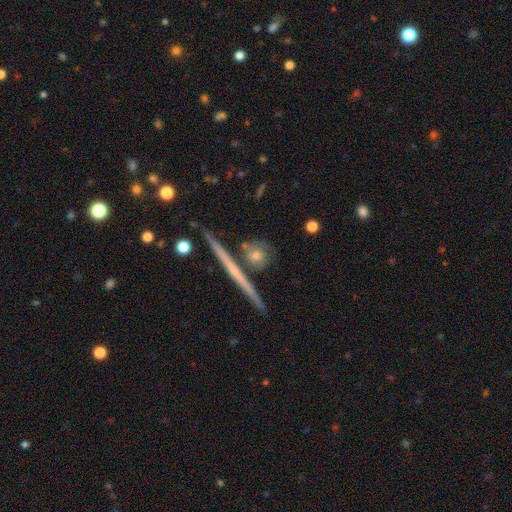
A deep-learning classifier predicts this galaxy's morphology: Smooth or featured? Predicted: featured or disk (p=0.48). Merging? Predicted: none (p=0.69).